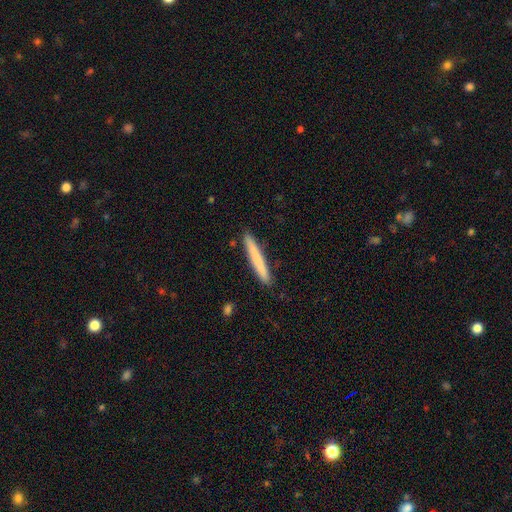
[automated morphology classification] Overall: smooth (75%). How rounded: cigar-shaped (97%). Merging: none (91%).